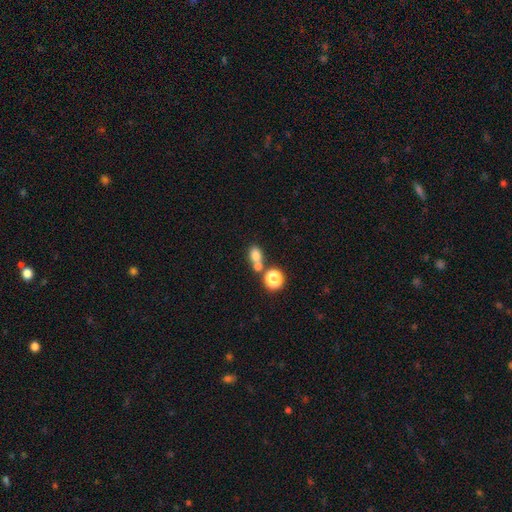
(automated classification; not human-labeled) Overall: smooth (76%). How rounded: in between (56%; round 42%). Merging: none (44%; merger 43%).